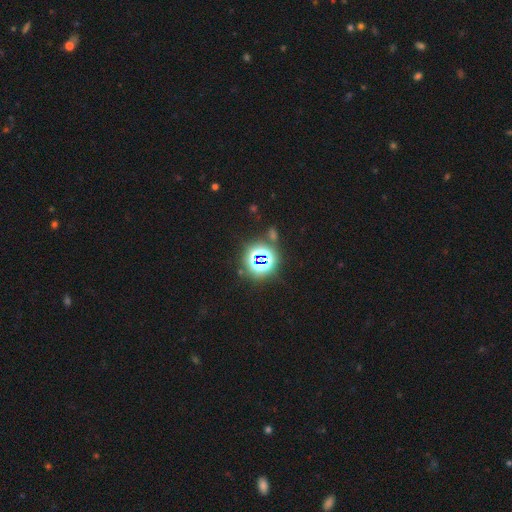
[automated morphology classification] Smooth or featured: star or artifact — 75% (smooth — 16%)